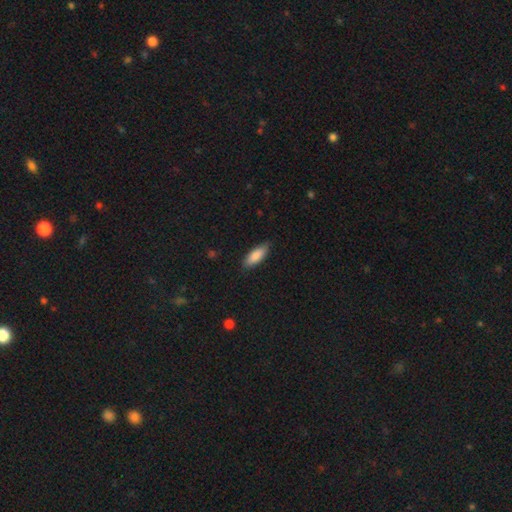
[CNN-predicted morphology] Overall: smooth (86%). How rounded: in between (70%). Merging: none (82%).